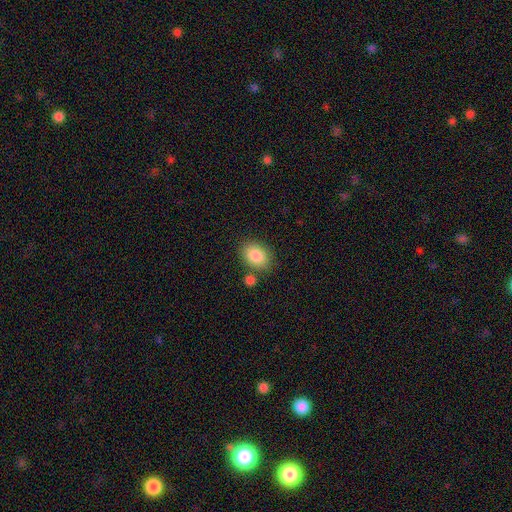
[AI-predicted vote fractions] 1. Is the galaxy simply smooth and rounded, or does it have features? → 87% smooth, 7% star or artifact, 6% featured or disk.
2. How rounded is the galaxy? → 75% in between, 24% round, 1% cigar-shaped.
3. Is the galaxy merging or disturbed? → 75% none, 13% minor disturbance, 9% merger, 4% major disturbance.